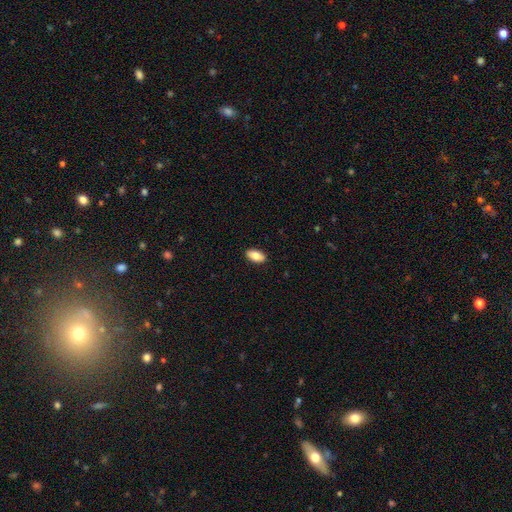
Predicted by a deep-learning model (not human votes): Smooth or featured? Predicted: smooth (p=0.83). How rounded? Predicted: in between (p=0.93). Merging? Predicted: none (p=0.90).